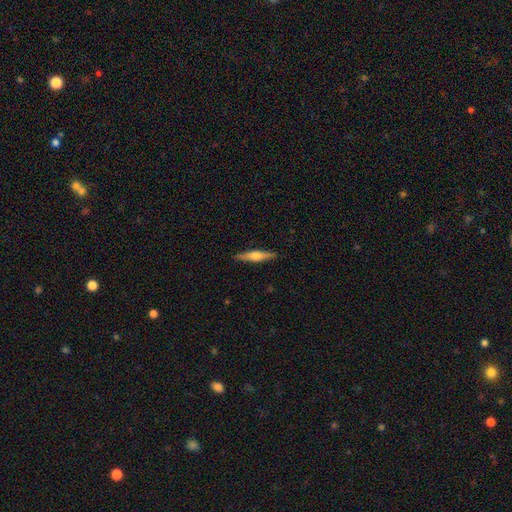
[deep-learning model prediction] Q: Smooth or featured?
A: featured or disk (54%); runner-up: smooth (40%)
Q: Edge-on disk?
A: yes (96%); runner-up: no (4%)
Q: Edge-on bulge?
A: rounded (85%); runner-up: boxy (10%)
Q: Merging?
A: none (89%); runner-up: minor disturbance (8%)